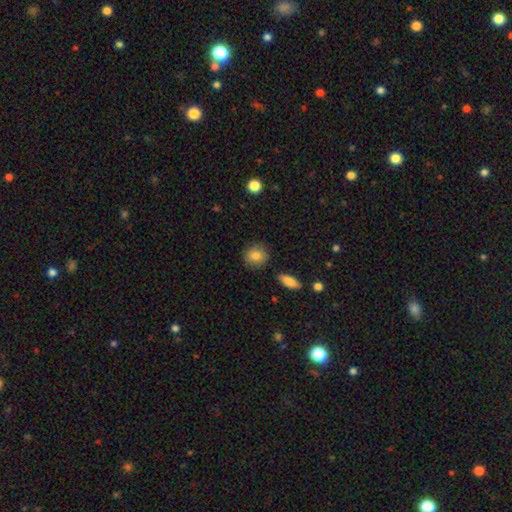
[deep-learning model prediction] A smooth galaxy with no disk features (82%) that is round (82%).

Vote fractions:
- Smooth or featured? smooth: 82% / featured or disk: 10% / star or artifact: 8%
- How rounded? round: 82% / in between: 17% / cigar-shaped: 1%
- Merging? none: 84% / minor disturbance: 11% / major disturbance: 2% / merger: 2%